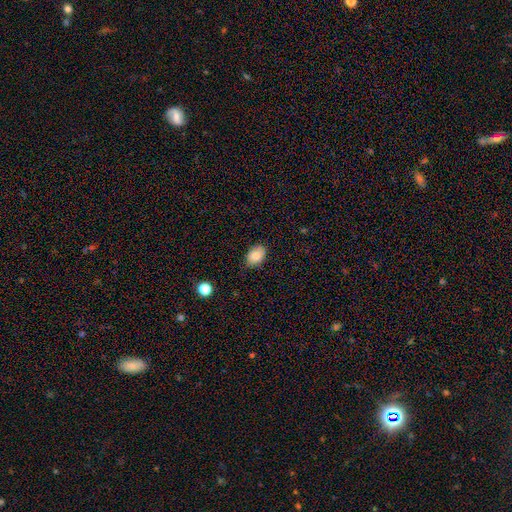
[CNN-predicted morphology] Overall: smooth (84%). How rounded: in between (80%). Merging: none (75%).